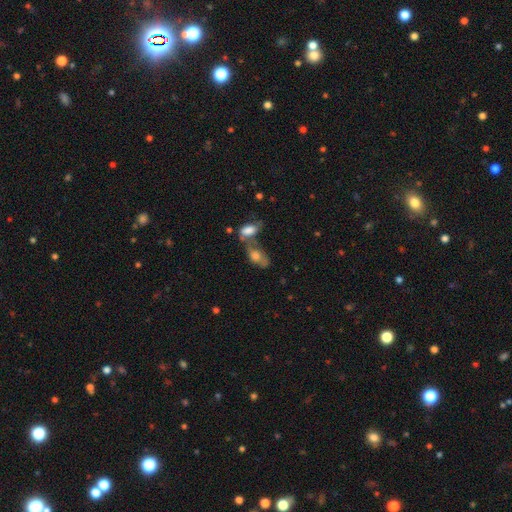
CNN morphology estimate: type=smooth (61%); roundness=in between (84%); merging=merger (50%).